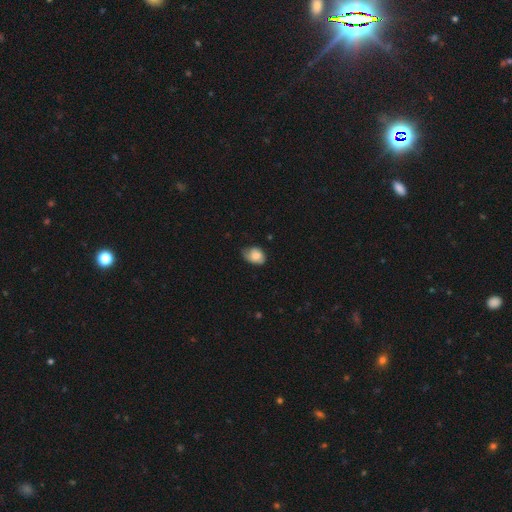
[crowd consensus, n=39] Volunteers were most divided on "merging": none: 53%, minor disturbance: 34%, major disturbance: 13%, merger: 0%. More confident: smooth or featured — smooth (85%); how rounded — in between (67%).